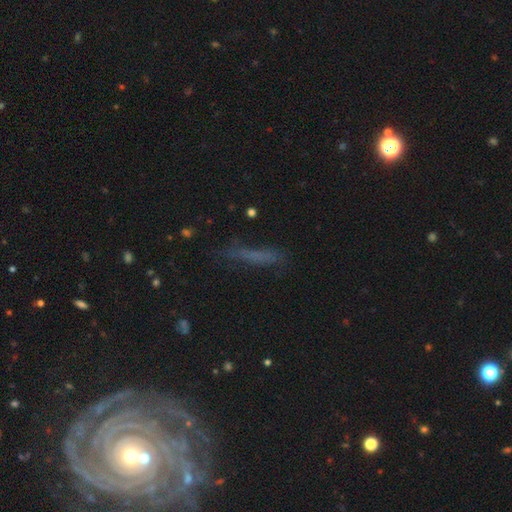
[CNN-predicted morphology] A smooth galaxy with no disk features (54%) that is cigar-shaped (85%).

Vote fractions:
- Smooth or featured? smooth: 54% / featured or disk: 28% / star or artifact: 18%
- How rounded? cigar-shaped: 85% / in between: 12% / round: 3%
- Merging? none: 68% / minor disturbance: 20% / major disturbance: 9% / merger: 3%